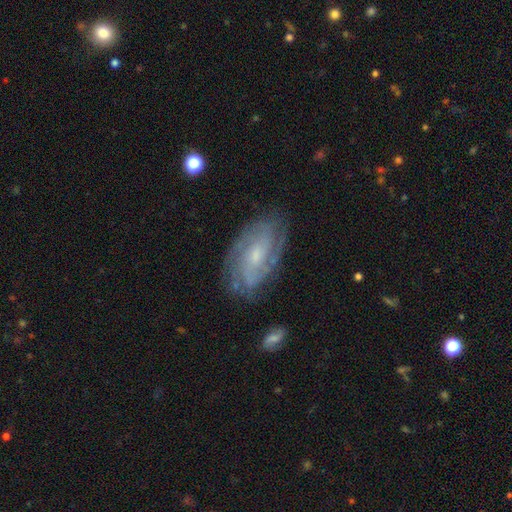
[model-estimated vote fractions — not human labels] The model was most divided on "spiral arm count": 2: 31%, can't tell: 30%, 3: 19%, 4: 9%, more than 4: 5%, 1: 5%. More confident: edge-on disk — no (95%); spiral arms — yes (95%); smooth or featured — featured or disk (83%); merging — none (78%); bulge size — small (62%); spiral winding — tight (61%); bar — no (58%).